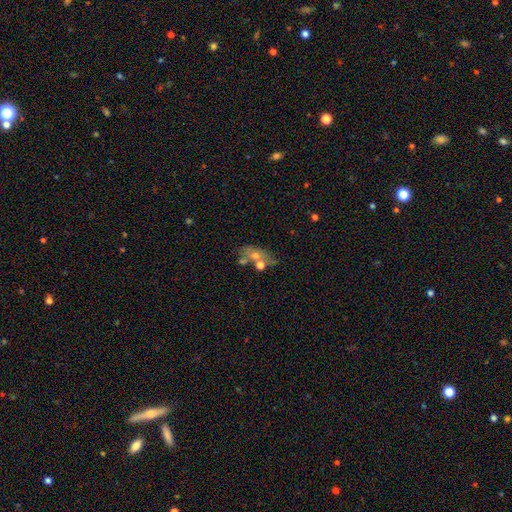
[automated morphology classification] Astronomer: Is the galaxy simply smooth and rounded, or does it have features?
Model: smooth — 43% (runner-up: featured or disk, 39%).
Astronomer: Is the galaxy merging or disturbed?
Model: none — 43% (runner-up: merger, 32%).